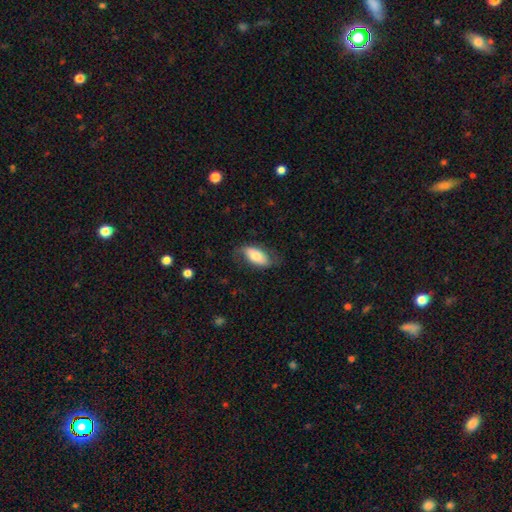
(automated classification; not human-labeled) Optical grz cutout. It shows a smooth galaxy with no disk features (65%) that is in between round and cigar-shaped (90%). Merging: none (65%).